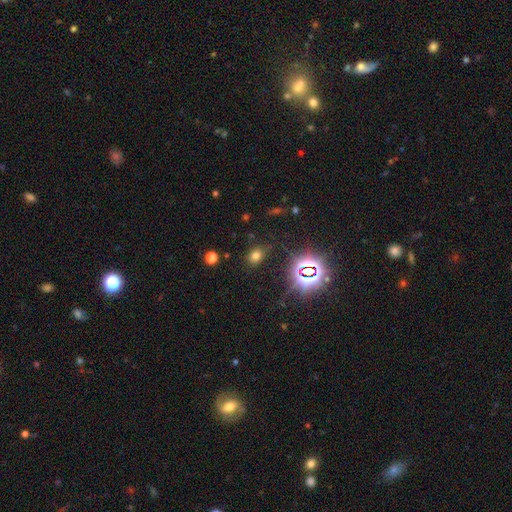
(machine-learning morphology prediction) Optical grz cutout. It shows a smooth galaxy with no disk features (62%) that is in between round and cigar-shaped (62%). Merging: none (82%).